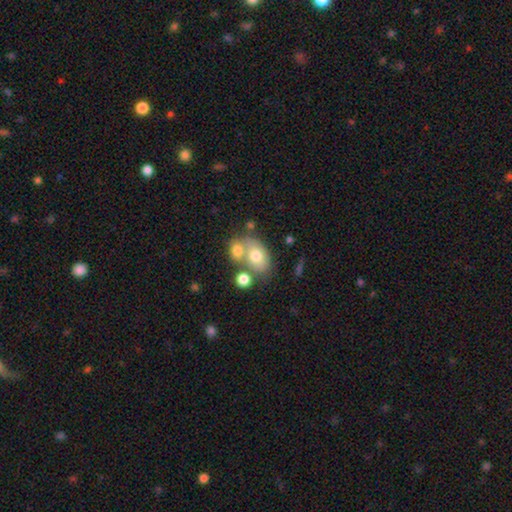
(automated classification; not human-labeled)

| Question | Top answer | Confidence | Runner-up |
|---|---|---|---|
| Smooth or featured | smooth | 70% | featured or disk (21%) |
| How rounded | in between | 80% | round (18%) |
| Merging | none | 43% | merger (39%) |